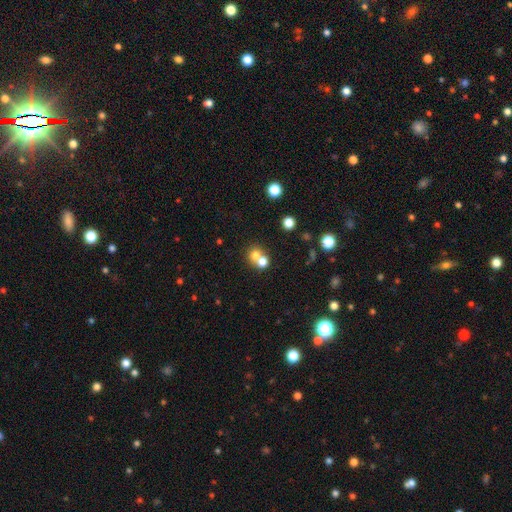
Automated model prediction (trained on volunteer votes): Smooth or featured: smooth — 72% (featured or disk — 15%)
How rounded: round — 80% (in between — 19%)
Merging: merger — 55% (none — 37%)